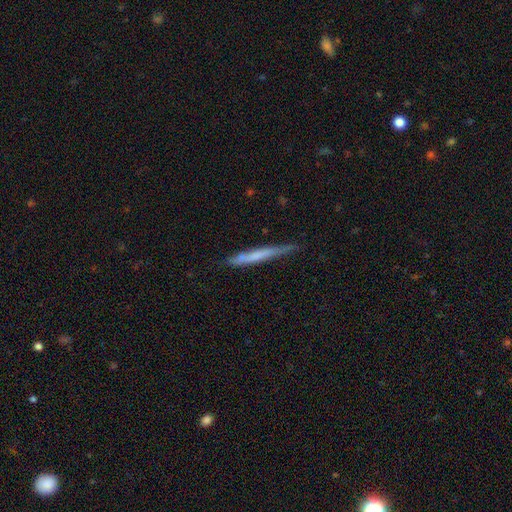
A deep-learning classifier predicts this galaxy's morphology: Q: Smooth or featured?
A: smooth (51%); runner-up: featured or disk (43%)
Q: How rounded?
A: cigar-shaped (96%); runner-up: in between (3%)
Q: Merging?
A: none (75%); runner-up: minor disturbance (20%)